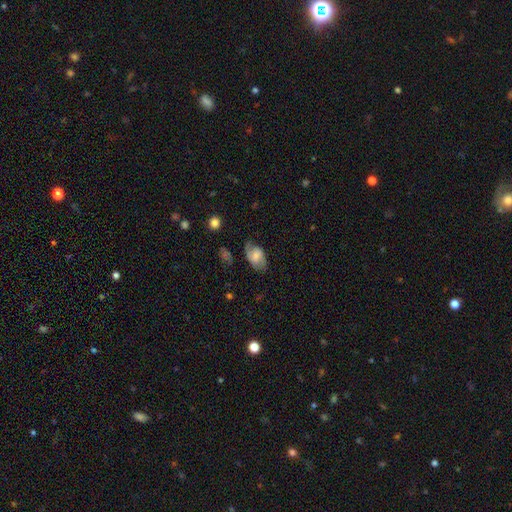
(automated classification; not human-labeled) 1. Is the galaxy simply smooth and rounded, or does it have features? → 54% smooth, 38% featured or disk, 8% star or artifact.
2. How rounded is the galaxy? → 89% in between, 10% round, 2% cigar-shaped.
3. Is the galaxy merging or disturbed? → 63% none, 25% minor disturbance, 10% major disturbance, 2% merger.